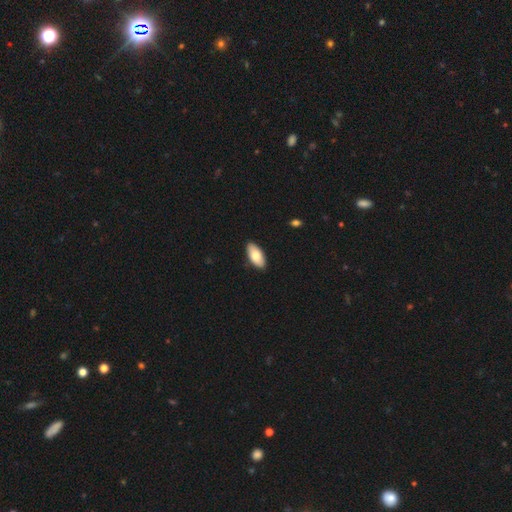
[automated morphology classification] A smooth galaxy with no disk features (79%) that is in between round and cigar-shaped (91%). Merging: none (90%).